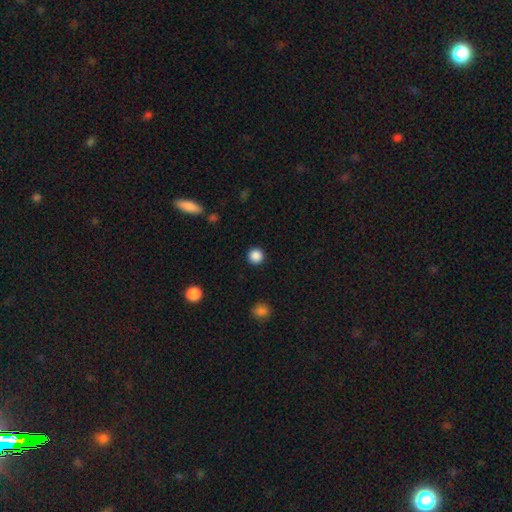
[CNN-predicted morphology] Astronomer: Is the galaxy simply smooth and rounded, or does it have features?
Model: smooth — 87%.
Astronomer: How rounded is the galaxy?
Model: round — 95%.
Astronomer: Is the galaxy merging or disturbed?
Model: none — 92%.